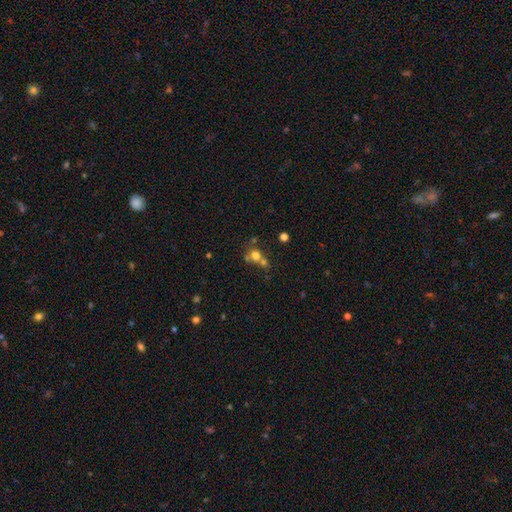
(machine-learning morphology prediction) Smooth or featured: smooth — 66% (star or artifact — 18%)
How rounded: round — 81% (in between — 18%)
Merging: merger — 48% (none — 40%)